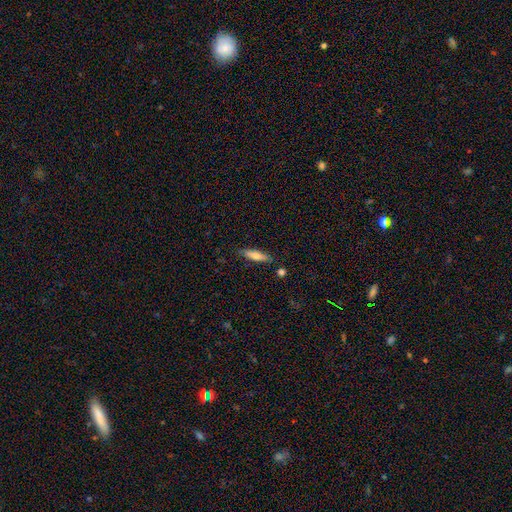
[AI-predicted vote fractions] Smooth or featured? smooth (66%)
How rounded? cigar-shaped (73%)
Merging? none (84%)